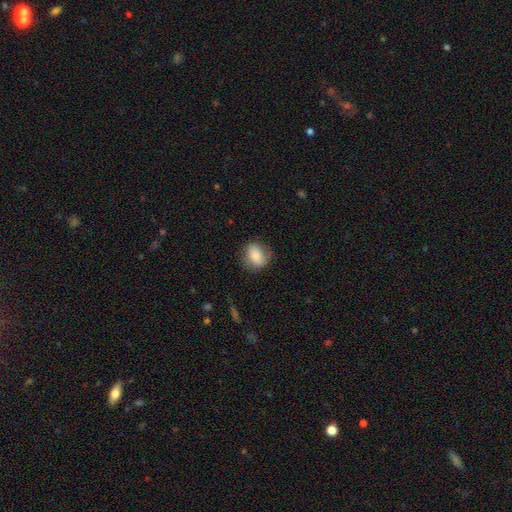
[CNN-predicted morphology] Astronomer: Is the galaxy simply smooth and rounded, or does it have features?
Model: smooth — 75%.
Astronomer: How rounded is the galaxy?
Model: in between — 49%, tied with round at 49%.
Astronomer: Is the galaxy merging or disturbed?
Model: none — 65%.